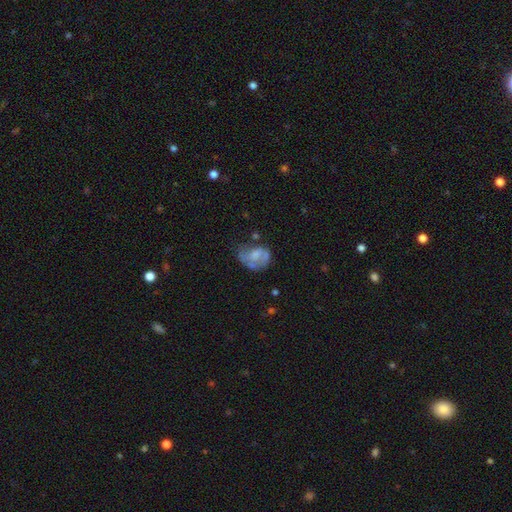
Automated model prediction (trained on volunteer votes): smooth_or_featured: featured or disk (p=0.48) [alt: smooth p=0.42]
merging: none (p=0.33) [alt: major disturbance p=0.32]